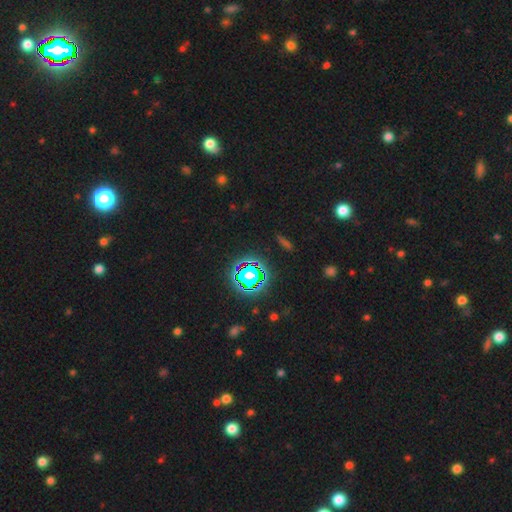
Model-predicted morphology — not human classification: star or artifact 76%, smooth 16%, featured or disk 8%.